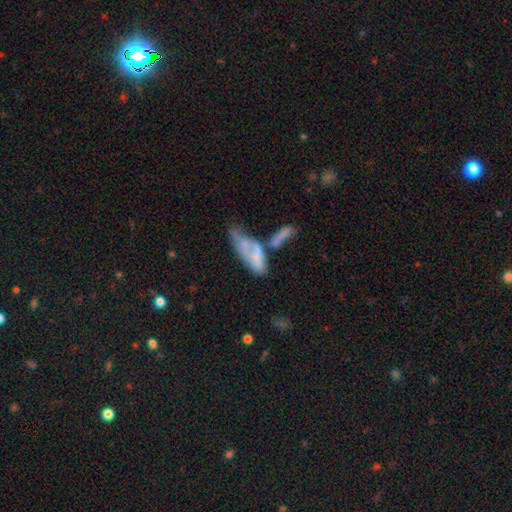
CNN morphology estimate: type=smooth (52%); roundness=in between (73%); merging=merger (49%).